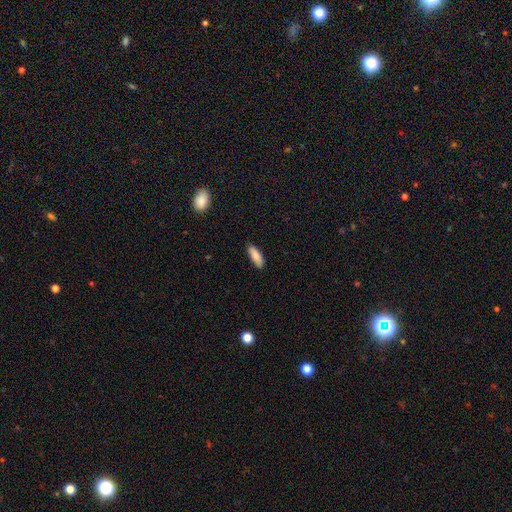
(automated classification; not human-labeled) The model was most divided on "how rounded": in between: 59%, cigar-shaped: 39%, round: 2%. More confident: merging — none (87%); smooth or featured — smooth (83%).